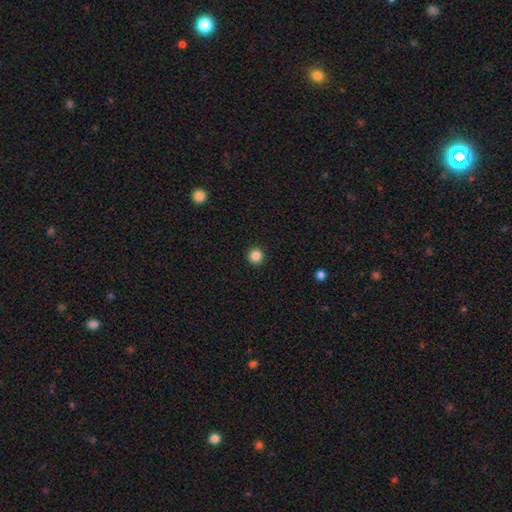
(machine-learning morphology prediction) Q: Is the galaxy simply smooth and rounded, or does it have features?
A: smooth — 86%.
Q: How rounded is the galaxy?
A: round — 96%.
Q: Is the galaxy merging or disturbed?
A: none — 93%.